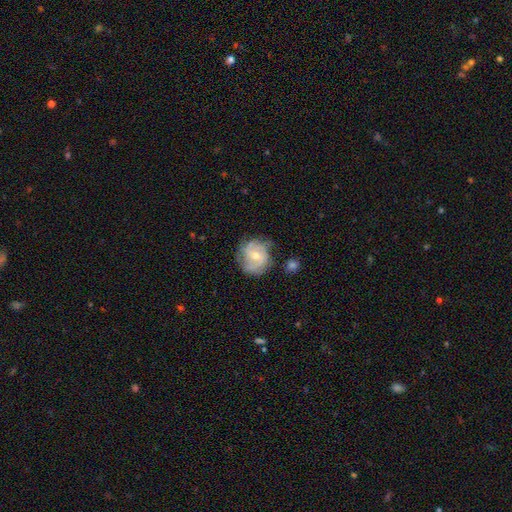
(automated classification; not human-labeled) Morphology: type=featured or disk (69%); edge-on=no (98%); bar=no (62%); spiral arms=yes (86%); winding=tight (50%); arm count=2 (32%); bulge=moderate (56%); merging=none (65%).